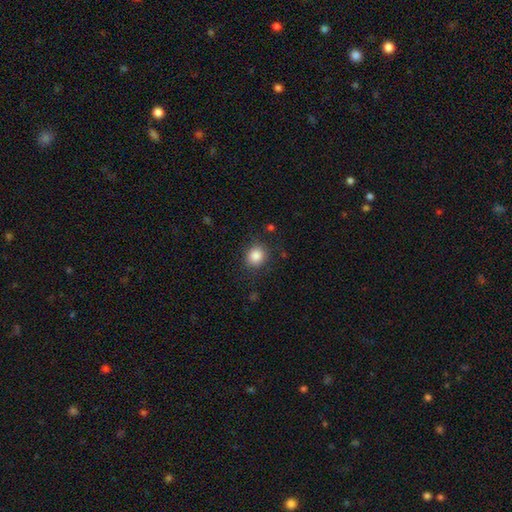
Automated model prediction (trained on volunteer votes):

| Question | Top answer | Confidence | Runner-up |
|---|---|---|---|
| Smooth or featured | smooth | 86% | star or artifact (10%) |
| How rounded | round | 80% | in between (19%) |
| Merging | none | 84% | minor disturbance (11%) |